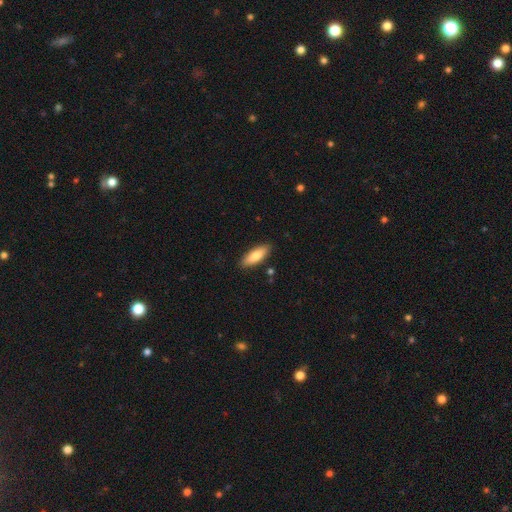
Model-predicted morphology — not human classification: smooth 80%, featured or disk 14%, star or artifact 6%. Down the decision tree: how rounded — in between (66%); merging — none (86%).